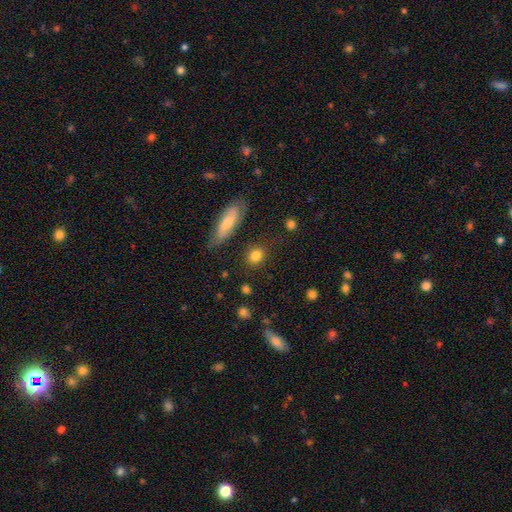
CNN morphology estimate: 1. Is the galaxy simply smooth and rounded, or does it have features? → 83% smooth, 9% star or artifact, 8% featured or disk.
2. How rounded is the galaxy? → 60% round, 36% in between, 4% cigar-shaped.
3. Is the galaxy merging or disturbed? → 83% none, 10% minor disturbance, 3% merger, 3% major disturbance.